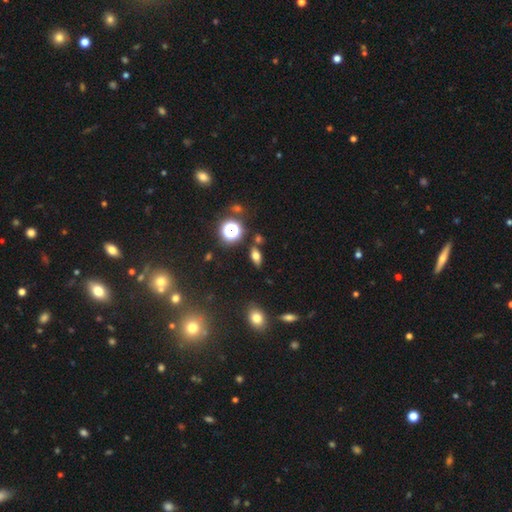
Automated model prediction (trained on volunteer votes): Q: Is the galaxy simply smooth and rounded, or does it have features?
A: smooth — 64%.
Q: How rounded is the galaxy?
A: in between — 74%.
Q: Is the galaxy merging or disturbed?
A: none — 80%.